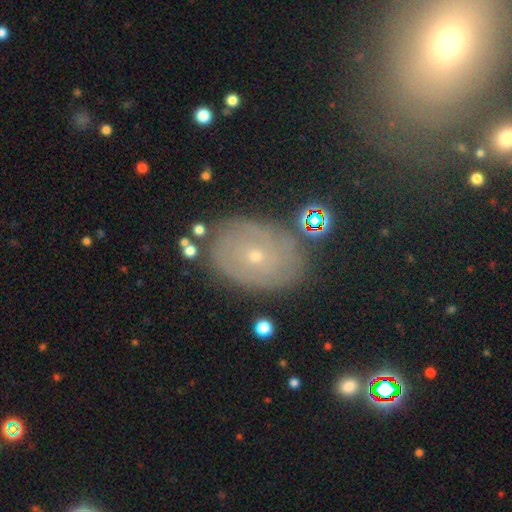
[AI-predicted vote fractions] This is likely a featured or disk galaxy (64%). It is clearly not viewed edge-on (94%). Bar: likely no (78%). Spiral arm pattern: likely yes (78%). Central bulge: likely small (76%). Merging: likely none (80%).